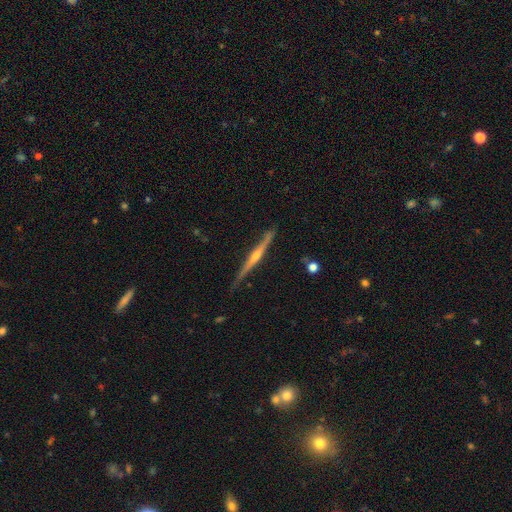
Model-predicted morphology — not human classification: smooth-or-featured: featured or disk: 82% | smooth: 12% | star or artifact: 5%
  disk-edge-on: yes: 98% | no: 2%
    edge-on-bulge: rounded: 86% | none: 9% | boxy: 5%
  merging: none: 86% | minor disturbance: 10% | major disturbance: 2% | merger: 1%